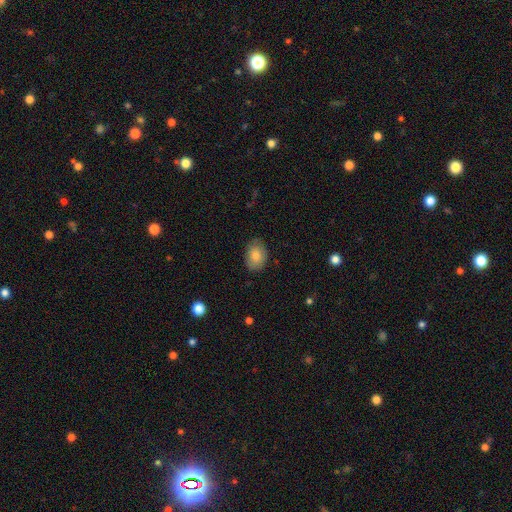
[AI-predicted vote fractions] Smooth or featured? smooth (82%)
How rounded? in between (74%)
Merging? none (78%)